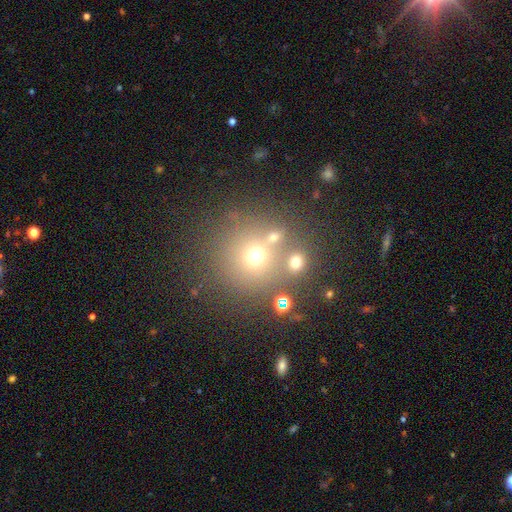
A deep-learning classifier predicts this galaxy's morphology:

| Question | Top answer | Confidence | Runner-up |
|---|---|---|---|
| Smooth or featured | smooth | 63% | star or artifact (23%) |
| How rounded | round | 91% | in between (8%) |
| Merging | none | 68% | merger (18%) |